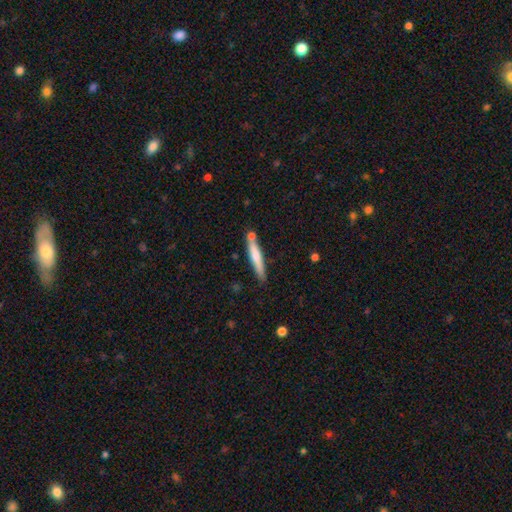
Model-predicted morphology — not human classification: Smooth or featured? smooth (60%)
How rounded? cigar-shaped (92%)
Merging? none (70%)